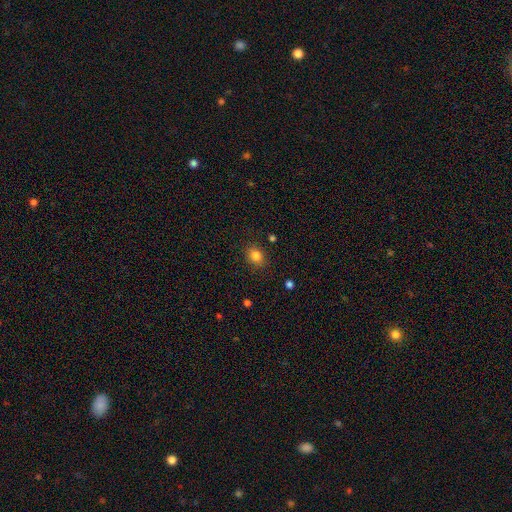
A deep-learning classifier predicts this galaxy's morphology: A smooth galaxy with no disk features (83%) that is round (63%). Merging: none (87%).